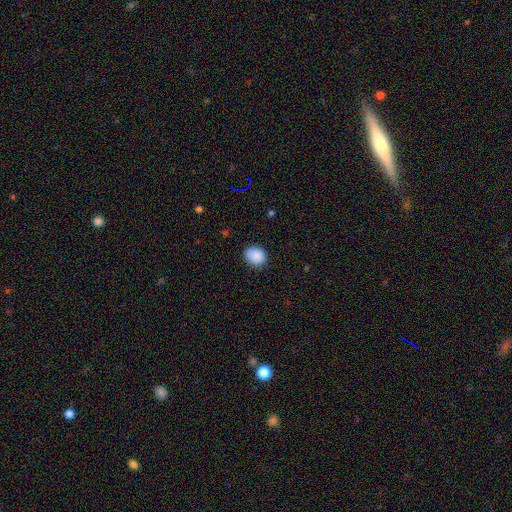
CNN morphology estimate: The model was most divided on "how rounded": round: 68%, in between: 31%, cigar-shaped: 1%. More confident: smooth or featured — smooth (88%); merging — none (84%).